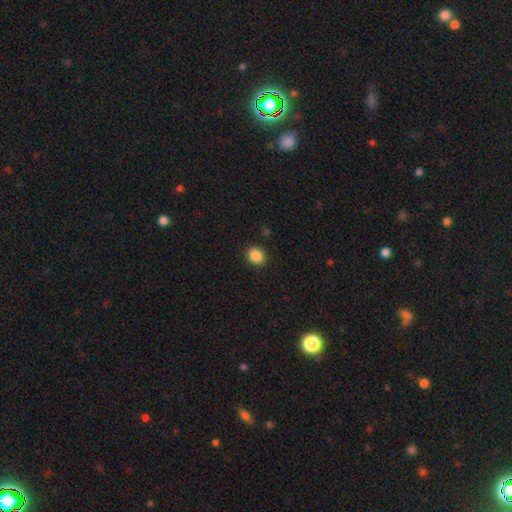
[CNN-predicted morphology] smooth-or-featured: smooth: 87% | star or artifact: 10% | featured or disk: 3%
  how-rounded: round: 76% | in between: 23% | cigar-shaped: 1%
  merging: none: 90% | minor disturbance: 6% | major disturbance: 2% | merger: 1%